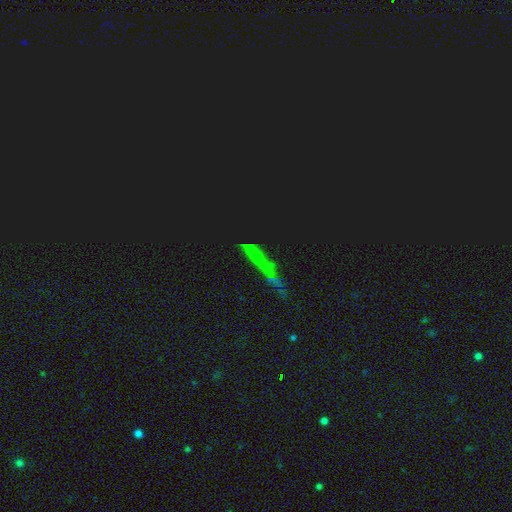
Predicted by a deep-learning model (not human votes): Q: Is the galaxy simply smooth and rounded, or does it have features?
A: star or artifact — 59%.